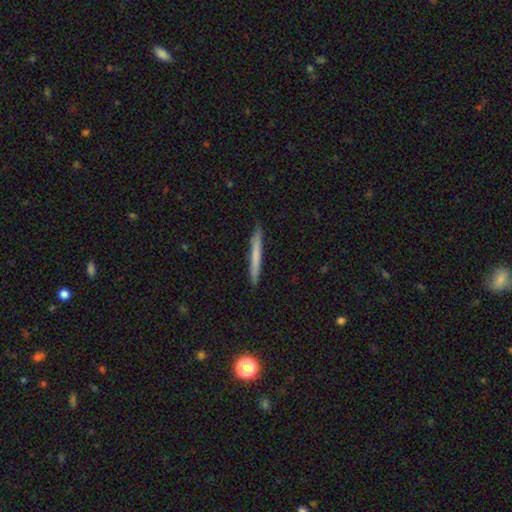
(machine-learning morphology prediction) This is likely a smooth galaxy (64%). How rounded: clearly cigar-shaped (97%). Merging: clearly none (91%).